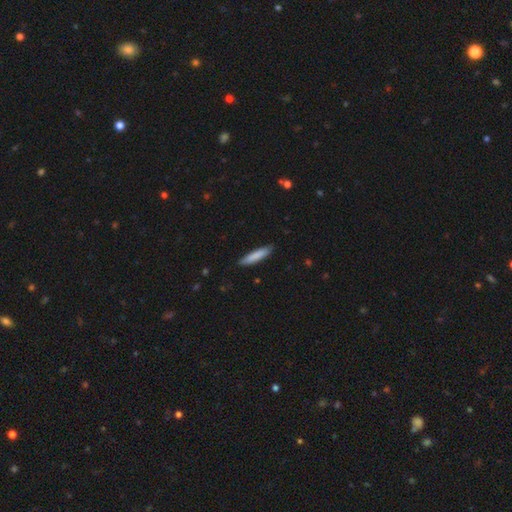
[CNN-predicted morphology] Smooth or featured? Predicted: smooth (p=0.83). How rounded? Predicted: cigar-shaped (p=0.85). Merging? Predicted: none (p=0.86).